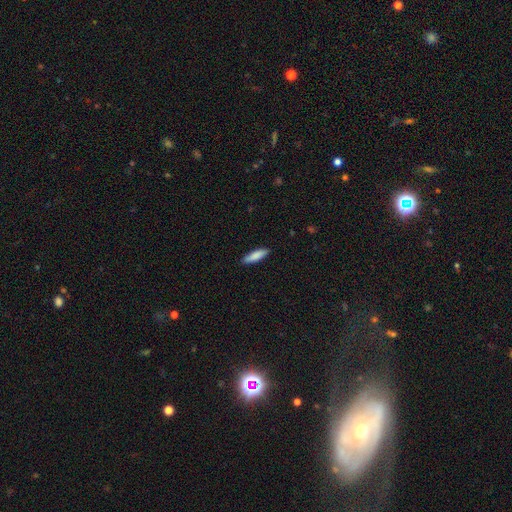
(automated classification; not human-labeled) The model was most divided on "how rounded": cigar-shaped: 65%, in between: 33%, round: 2%. More confident: merging — none (89%); smooth or featured — smooth (84%).